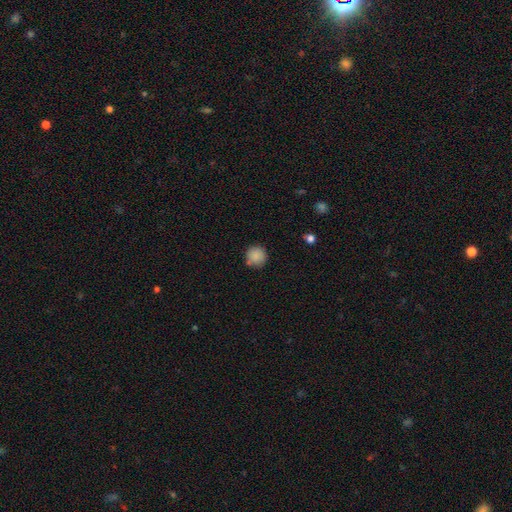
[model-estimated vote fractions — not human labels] smooth-or-featured: smooth: 87% | star or artifact: 9% | featured or disk: 4%
  how-rounded: round: 94% | in between: 6% | cigar-shaped: 1%
  merging: none: 82% | minor disturbance: 11% | merger: 5% | major disturbance: 3%